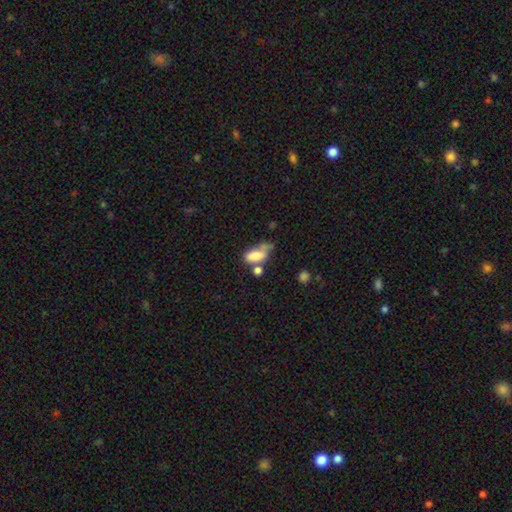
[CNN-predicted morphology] smooth-or-featured: smooth: 76% | featured or disk: 15% | star or artifact: 9%
  how-rounded: in between: 85% | cigar-shaped: 10% | round: 5%
  merging: merger: 32% | none: 28% | minor disturbance: 22% | major disturbance: 17%